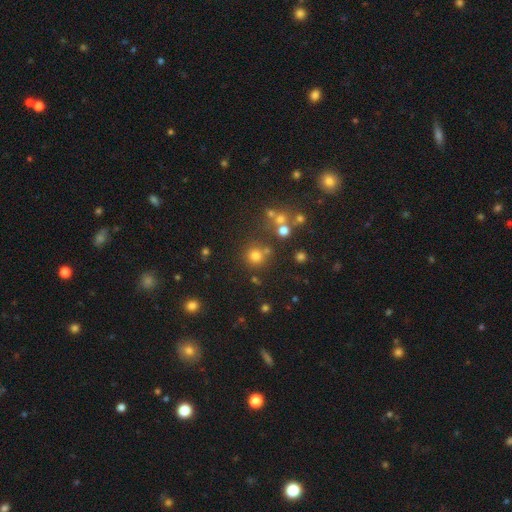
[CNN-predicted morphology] smooth-or-featured: smooth: 72% | star or artifact: 20% | featured or disk: 8%
  how-rounded: round: 93% | in between: 6% | cigar-shaped: 1%
  merging: none: 76% | merger: 11% | minor disturbance: 9% | major disturbance: 4%